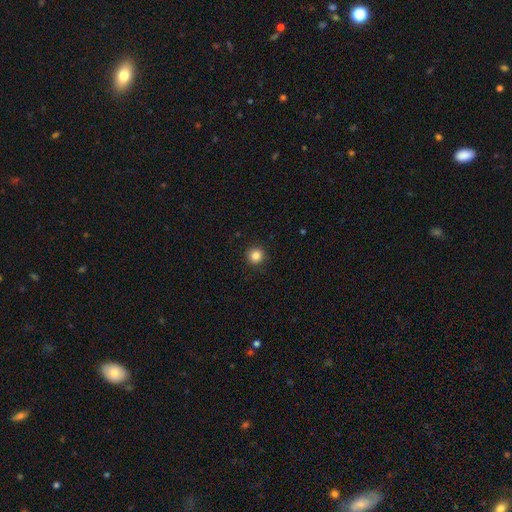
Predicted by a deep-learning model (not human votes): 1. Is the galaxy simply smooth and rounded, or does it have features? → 85% smooth, 11% star or artifact, 4% featured or disk.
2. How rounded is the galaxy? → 95% round, 4% in between, 1% cigar-shaped.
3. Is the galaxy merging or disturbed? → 92% none, 5% minor disturbance, 2% major disturbance, 1% merger.